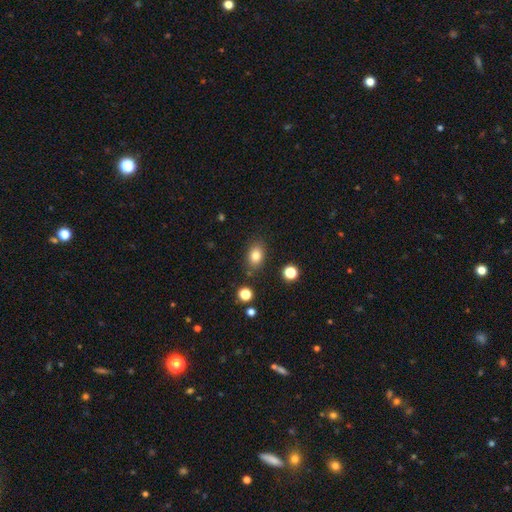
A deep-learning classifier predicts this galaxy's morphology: Smooth or featured?
  - smooth: 81% *
  - star or artifact: 11%
  - featured or disk: 8%
How rounded?
  - in between: 75% *
  - round: 23%
  - cigar-shaped: 1%
Merging?
  - none: 82% *
  - minor disturbance: 11%
  - merger: 4%
  - major disturbance: 3%